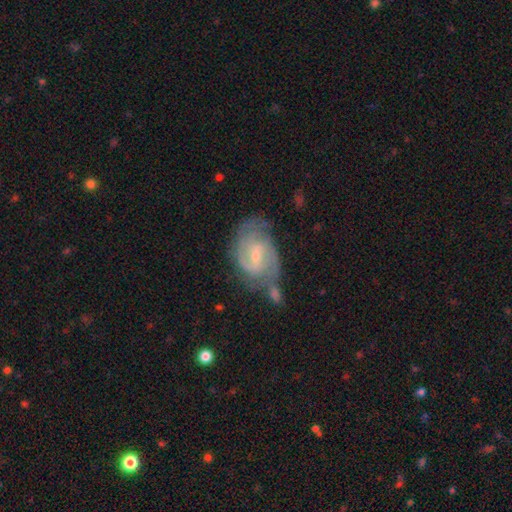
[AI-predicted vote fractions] Smooth or featured? Predicted: featured or disk (p=0.82). Edge-on disk? Predicted: no (p=0.97). Bar? Predicted: weak (p=0.57). Spiral arms? Predicted: yes (p=0.94). Spiral winding? Predicted: tight (p=0.44, tied with medium). Spiral arm count? Predicted: 2 (p=0.60). Bulge size? Predicted: small (p=0.65). Merging? Predicted: none (p=0.49).